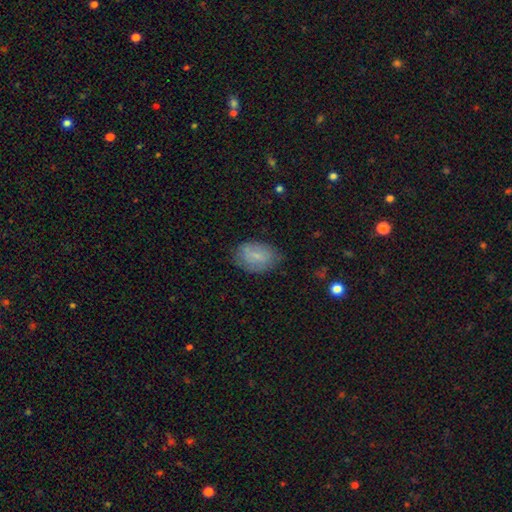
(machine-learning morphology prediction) Smooth or featured: smooth — 68% (featured or disk — 24%)
How rounded: in between — 86% (round — 13%)
Merging: none — 69% (minor disturbance — 23%)